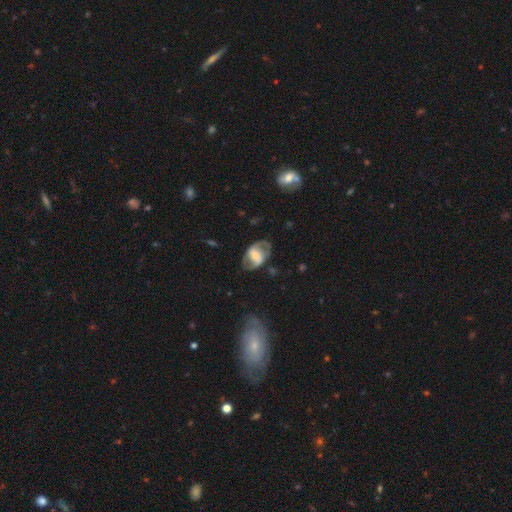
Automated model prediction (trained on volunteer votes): This appears to be a featured or disk galaxy (70%) with a weak bar (39%), 2 (84%) medium (49%) spiral arms (79%) and a small central bulge (40%). Merging: none (67%).